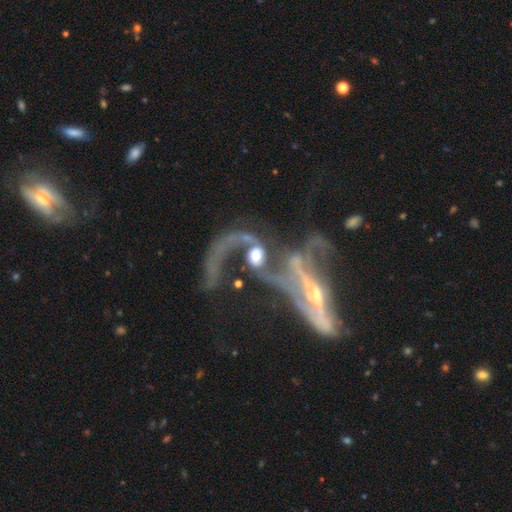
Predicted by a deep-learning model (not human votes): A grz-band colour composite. It shows a featured or disk galaxy (81%) with no bar (58%), 2 (85%) loose (80%) spiral arms (90%) and a moderate central bulge (52%). Merging: merger (57%).